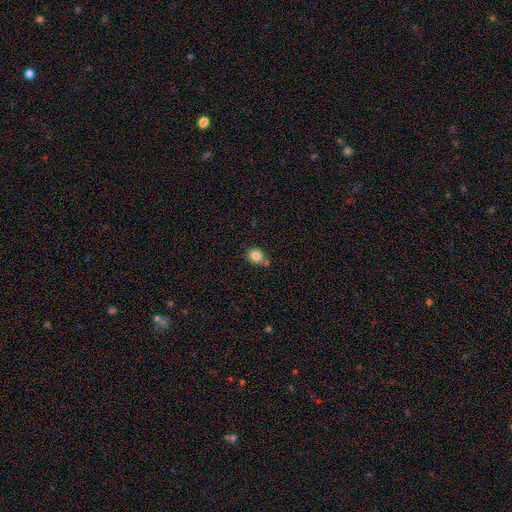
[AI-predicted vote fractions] Q: Smooth or featured?
A: smooth (83%); runner-up: star or artifact (10%)
Q: How rounded?
A: round (56%); runner-up: in between (43%)
Q: Merging?
A: none (64%); runner-up: minor disturbance (17%)